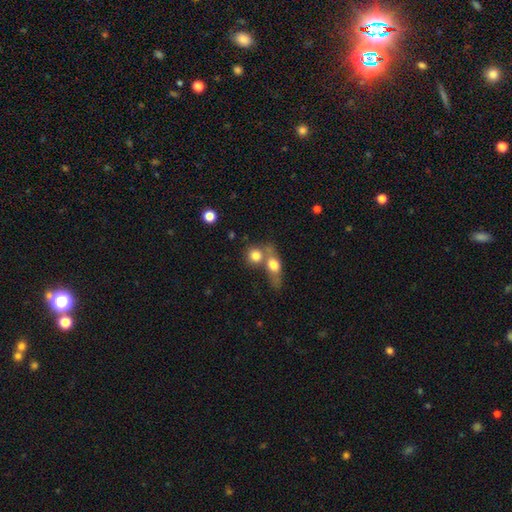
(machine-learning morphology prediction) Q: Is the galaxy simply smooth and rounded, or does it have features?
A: smooth — 78%.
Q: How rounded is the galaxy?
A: round — 77%.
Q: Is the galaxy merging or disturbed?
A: merger — 50%.